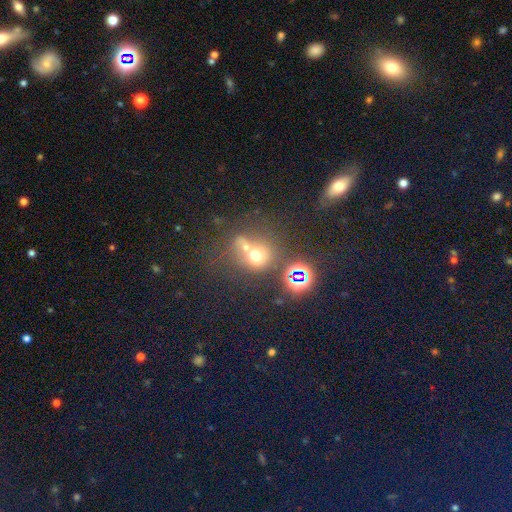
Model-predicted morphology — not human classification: smooth_or_featured: smooth (p=0.57) [alt: star or artifact p=0.26]
how_rounded: round (p=0.76) [alt: in between p=0.22]
merging: merger (p=0.43) [alt: none p=0.39]